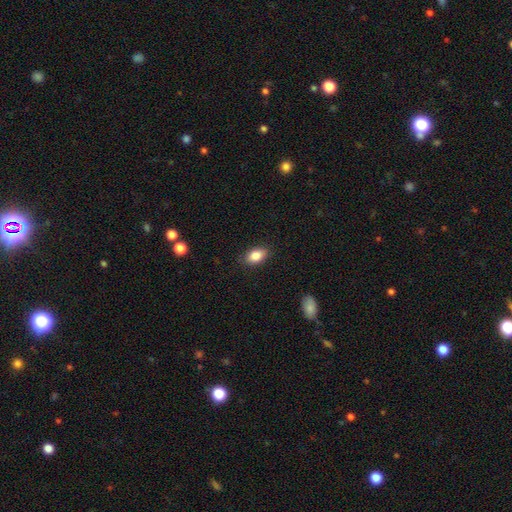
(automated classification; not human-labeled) smooth_or_featured: smooth (p=0.85) [alt: star or artifact p=0.08]
how_rounded: in between (p=0.88) [alt: round p=0.09]
merging: none (p=0.87) [alt: minor disturbance p=0.10]